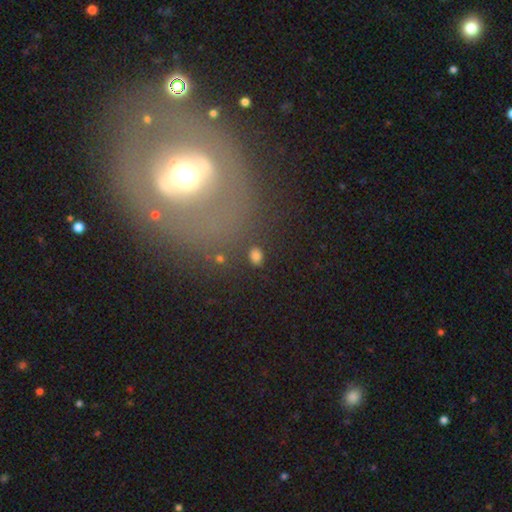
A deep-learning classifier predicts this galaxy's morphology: Overall: smooth (73%). How rounded: in between (64%; round 33%). Merging: none (85%).